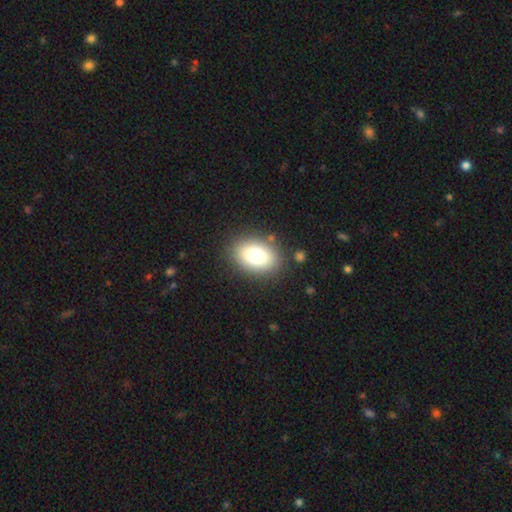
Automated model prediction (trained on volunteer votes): Morphology: type=smooth (79%); roundness=in between (78%); merging=none (85%).